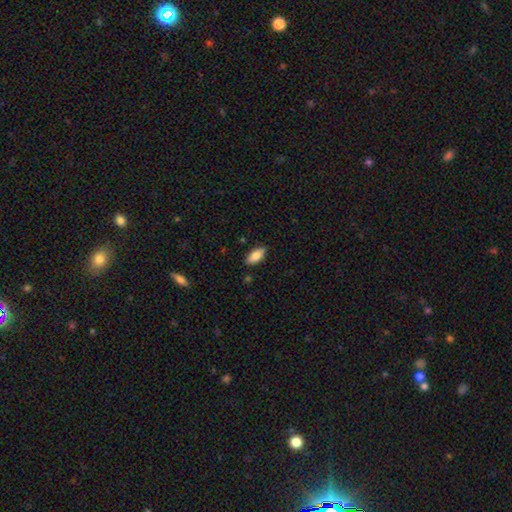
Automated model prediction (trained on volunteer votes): A smooth galaxy with no disk features (84%) that is in between round and cigar-shaped (87%). Merging: none (86%).